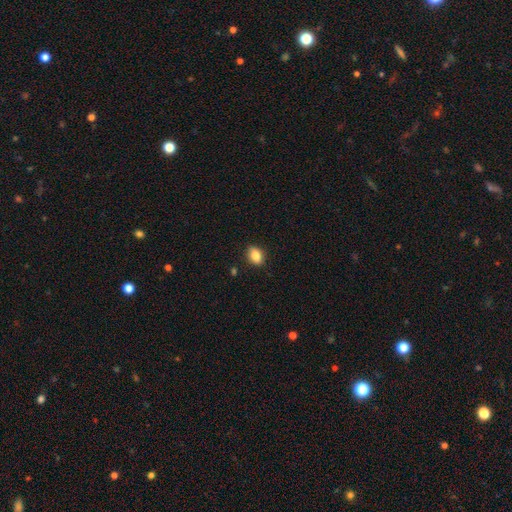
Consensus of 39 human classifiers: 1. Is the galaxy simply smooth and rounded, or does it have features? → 79% smooth, 18% featured or disk, 3% star or artifact.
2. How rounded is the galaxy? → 68% in between, 32% round, 0% cigar-shaped.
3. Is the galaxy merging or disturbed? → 84% none, 11% minor disturbance, 3% major disturbance, 3% merger.